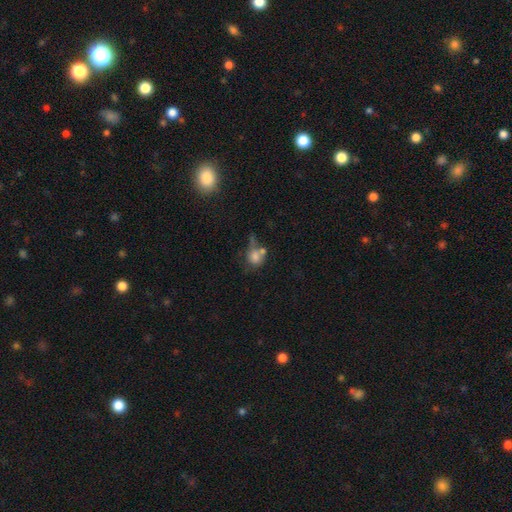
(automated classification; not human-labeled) smooth 70%, featured or disk 18%, star or artifact 12%. Down the decision tree: how rounded — round (62%); merging — merger (41%).